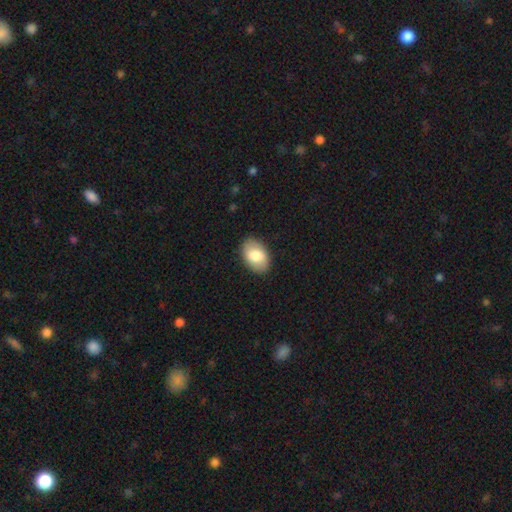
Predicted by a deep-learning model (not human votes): A smooth galaxy with no disk features (77%) that is in between round and cigar-shaped (90%). Merging: none (88%).